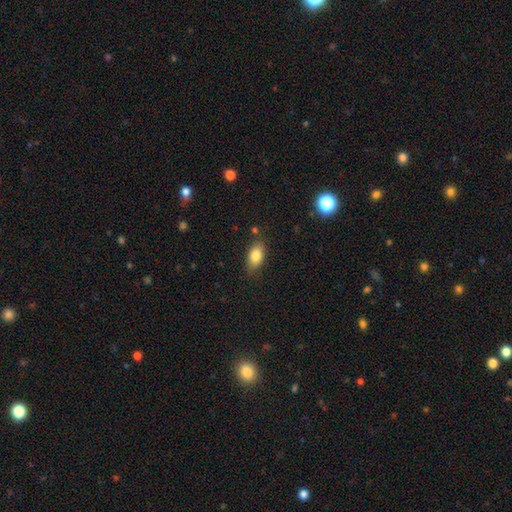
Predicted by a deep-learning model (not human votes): Overall: smooth (81%). How rounded: in between (86%). Merging: none (80%).